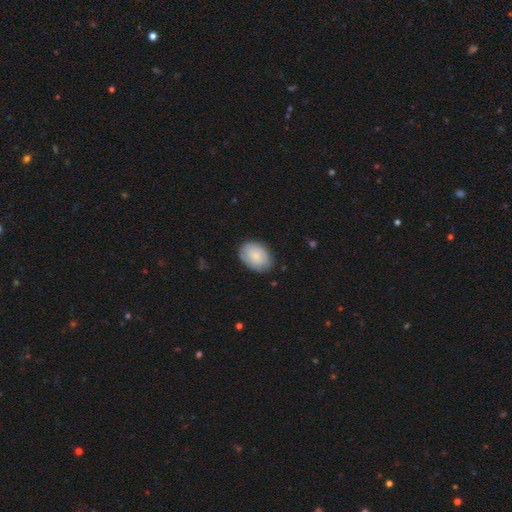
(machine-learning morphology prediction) Smooth or featured? smooth (72%)
How rounded? in between (80%)
Merging? none (78%)